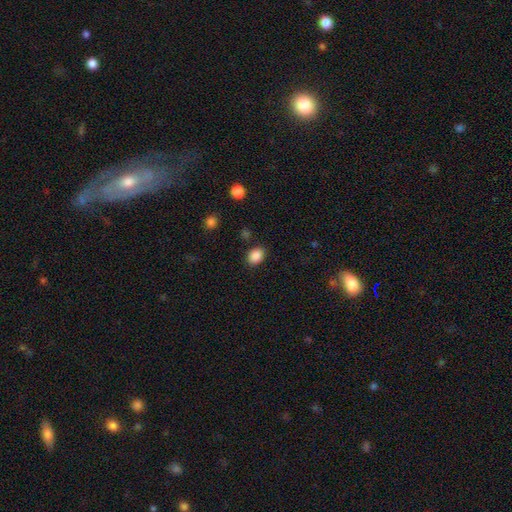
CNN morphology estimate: Overall: smooth (88%). How rounded: in between (66%; round 33%). Merging: none (85%).